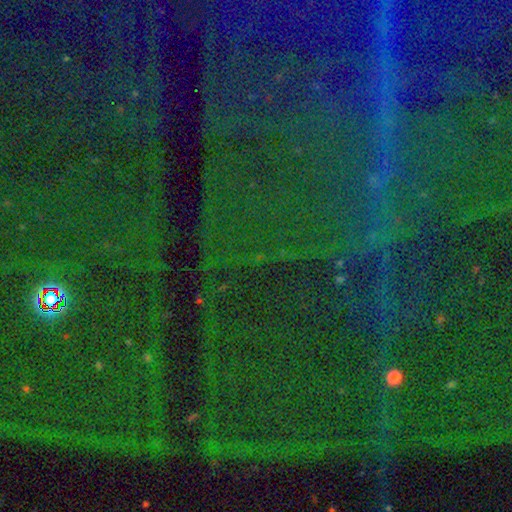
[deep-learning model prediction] A star or artifact, not a galaxy (85%).